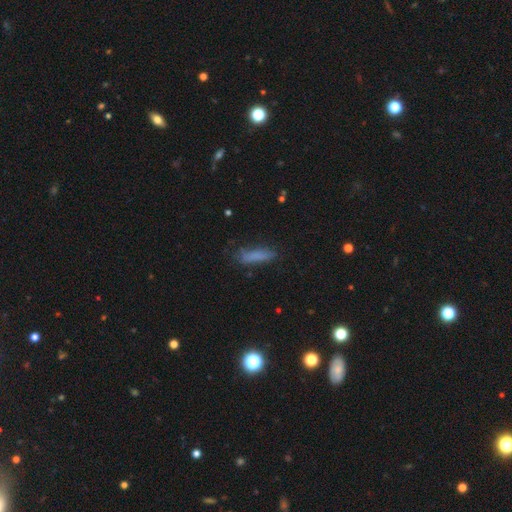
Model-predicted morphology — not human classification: smooth-or-featured: smooth: 75% | featured or disk: 14% | star or artifact: 11%
  how-rounded: cigar-shaped: 73% | in between: 25% | round: 2%
  merging: none: 70% | minor disturbance: 21% | major disturbance: 7% | merger: 2%